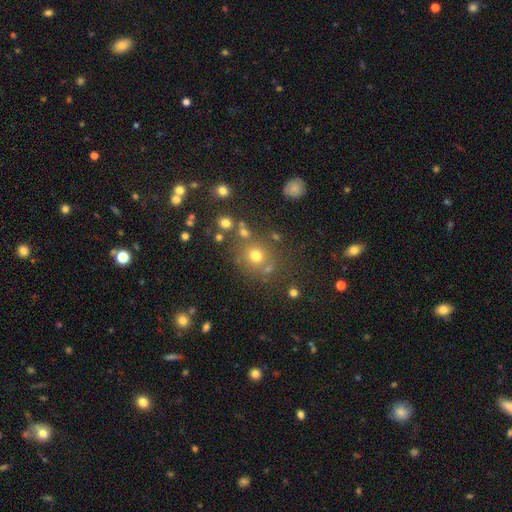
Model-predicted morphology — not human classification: smooth_or_featured: smooth (p=0.70) [alt: star or artifact p=0.19]
how_rounded: round (p=0.87) [alt: in between p=0.12]
merging: none (p=0.73) [alt: minor disturbance p=0.11]